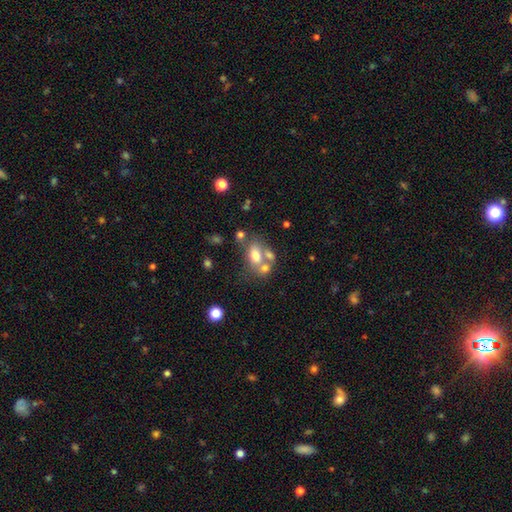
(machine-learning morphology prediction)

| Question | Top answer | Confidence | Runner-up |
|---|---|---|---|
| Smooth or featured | smooth | 66% | featured or disk (23%) |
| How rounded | in between | 77% | round (21%) |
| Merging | none | 41% | merger (39%) |